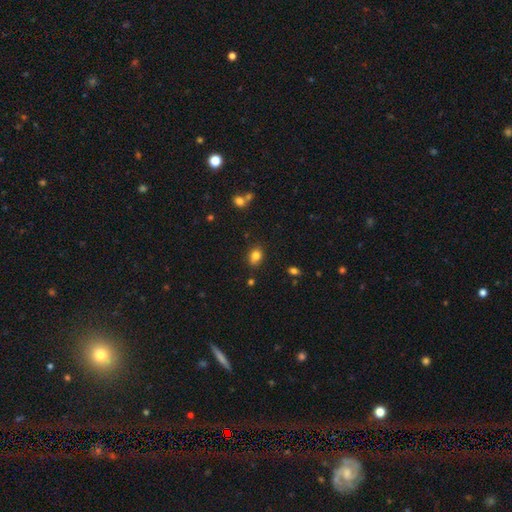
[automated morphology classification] A smooth galaxy with no disk features (81%) that is in between round and cigar-shaped (56%).

Vote fractions:
- Smooth or featured? smooth: 81% / star or artifact: 12% / featured or disk: 7%
- How rounded? in between: 56% / round: 43% / cigar-shaped: 1%
- Merging? none: 79% / minor disturbance: 15% / merger: 3% / major disturbance: 3%